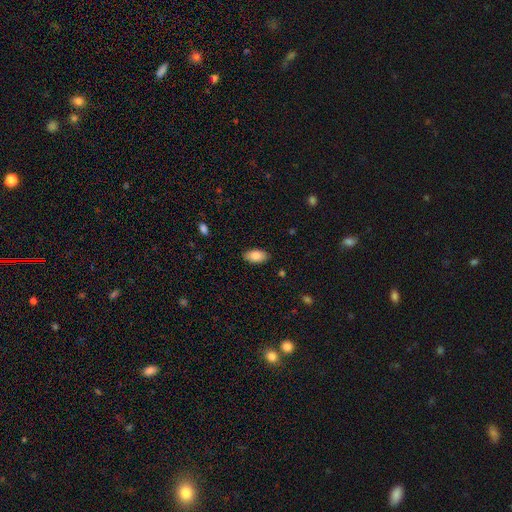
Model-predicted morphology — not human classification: Q: Smooth or featured?
A: smooth (85%); runner-up: featured or disk (8%)
Q: How rounded?
A: in between (94%); runner-up: cigar-shaped (3%)
Q: Merging?
A: none (87%); runner-up: minor disturbance (10%)